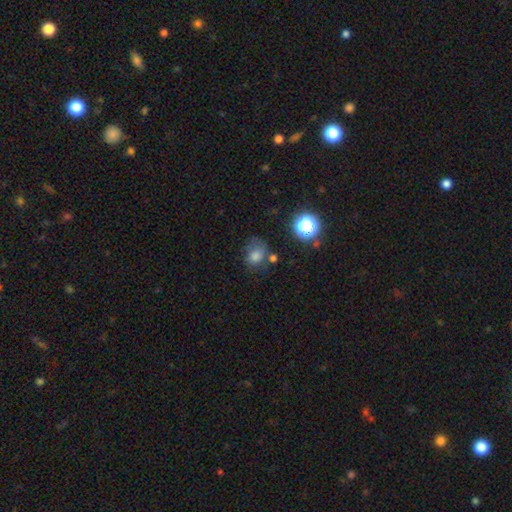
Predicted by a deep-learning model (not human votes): A smooth galaxy with no disk features (70%) that is round (51%).

Vote fractions:
- Smooth or featured? smooth: 70% / star or artifact: 17% / featured or disk: 13%
- How rounded? round: 51% / in between: 48% / cigar-shaped: 1%
- Merging? none: 44% / minor disturbance: 28% / major disturbance: 19% / merger: 9%